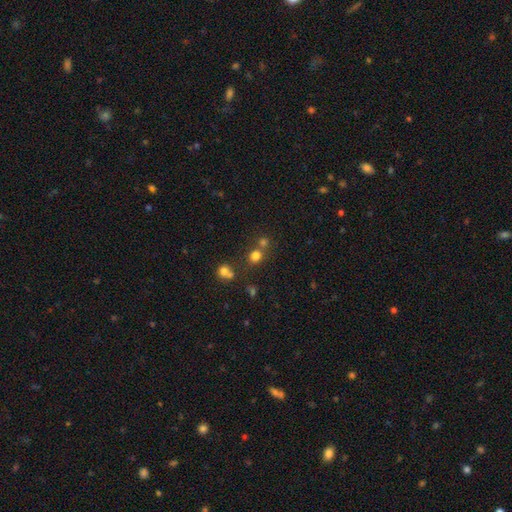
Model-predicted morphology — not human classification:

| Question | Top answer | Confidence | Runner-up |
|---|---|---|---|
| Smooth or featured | smooth | 74% | star or artifact (18%) |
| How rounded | round | 79% | in between (20%) |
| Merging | none | 58% | merger (30%) |